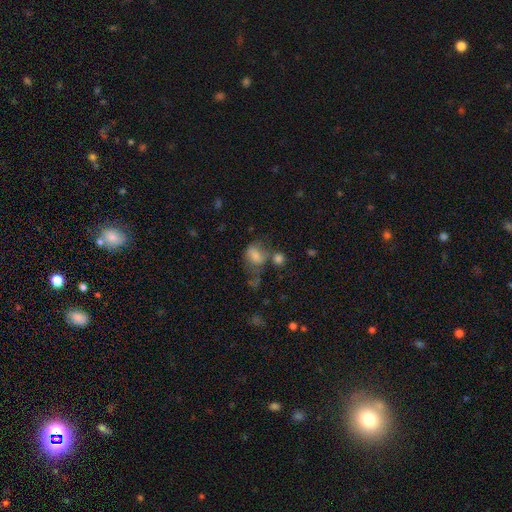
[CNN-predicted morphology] smooth_or_featured: smooth (p=0.68) [alt: featured or disk p=0.20]
how_rounded: in between (p=0.71) [alt: round p=0.27]
merging: merger (p=0.29) [alt: none p=0.28]